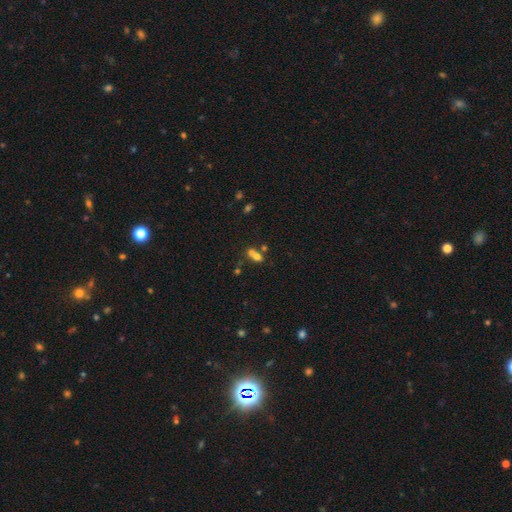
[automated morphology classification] smooth_or_featured: smooth (p=0.61) [alt: star or artifact p=0.19]
how_rounded: in between (p=0.52) [alt: round p=0.44]
merging: merger (p=0.59) [alt: none p=0.29]